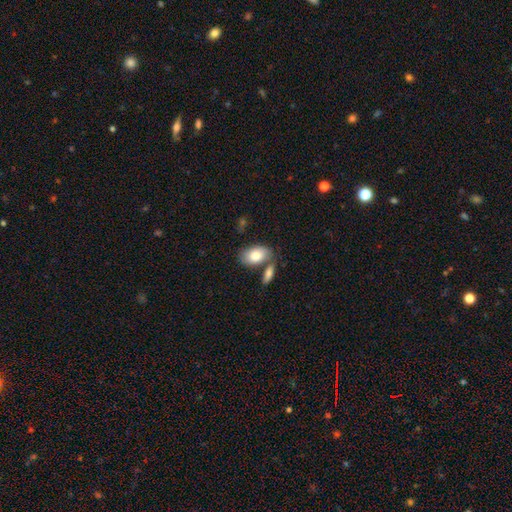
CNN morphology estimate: A smooth galaxy with no disk features (80%) that is in between round and cigar-shaped (92%). Merging: none (56%).